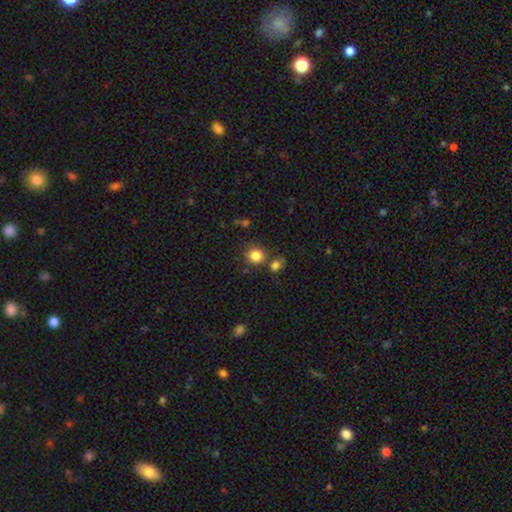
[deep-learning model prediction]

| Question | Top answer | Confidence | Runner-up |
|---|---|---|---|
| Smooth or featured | smooth | 84% | star or artifact (11%) |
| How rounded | round | 84% | in between (15%) |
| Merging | none | 70% | merger (16%) |